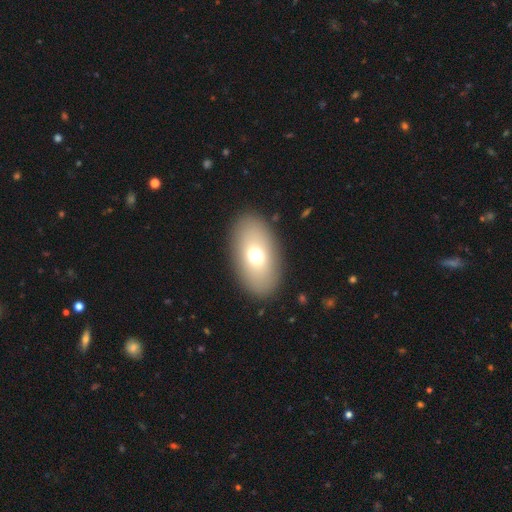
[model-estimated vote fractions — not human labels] smooth-or-featured: smooth: 67% | featured or disk: 24% | star or artifact: 9%
  how-rounded: in between: 91% | round: 7% | cigar-shaped: 2%
  merging: none: 89% | minor disturbance: 7% | major disturbance: 3% | merger: 1%